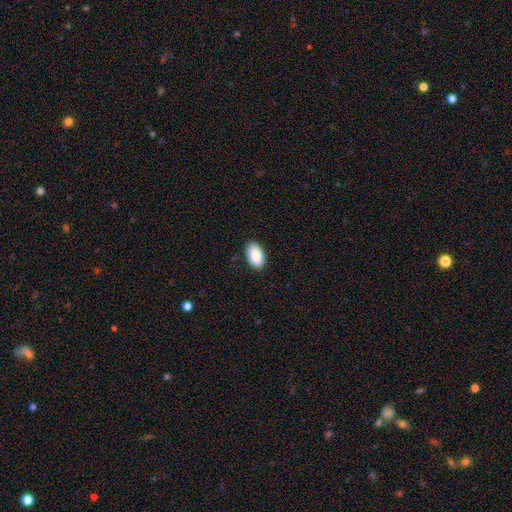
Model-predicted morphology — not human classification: smooth 88%, star or artifact 6%, featured or disk 6%. Down the decision tree: how rounded — in between (95%); merging — none (89%).